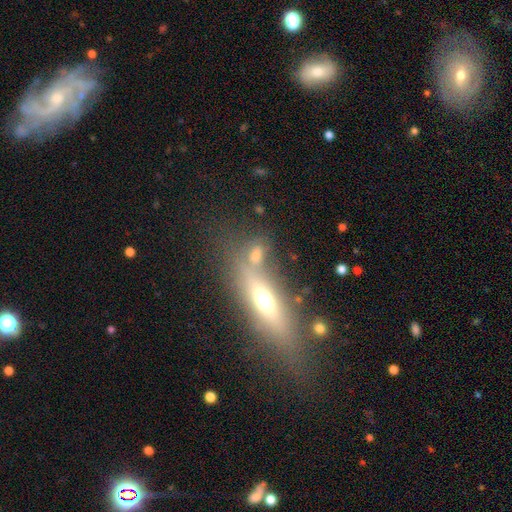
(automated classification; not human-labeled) This is possibly a smooth galaxy (53%). How rounded: possibly in between (55%). Merging: possibly none (55%).